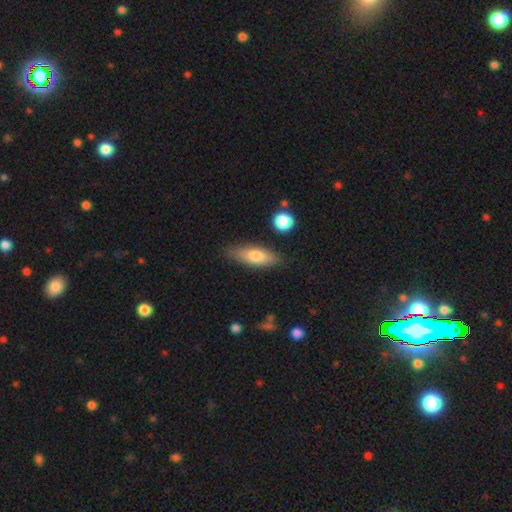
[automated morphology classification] smooth-or-featured: smooth: 71% | featured or disk: 22% | star or artifact: 6%
  how-rounded: in between: 59% | cigar-shaped: 38% | round: 3%
  merging: none: 81% | minor disturbance: 14% | major disturbance: 3% | merger: 3%